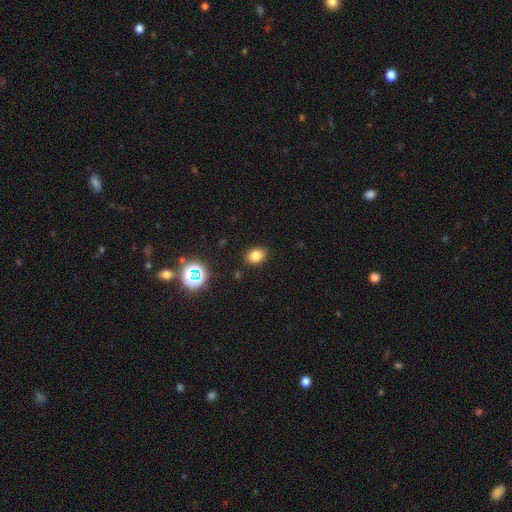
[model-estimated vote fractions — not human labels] smooth 79%, star or artifact 15%, featured or disk 6%. Down the decision tree: how rounded — in between (61%); merging — none (89%).